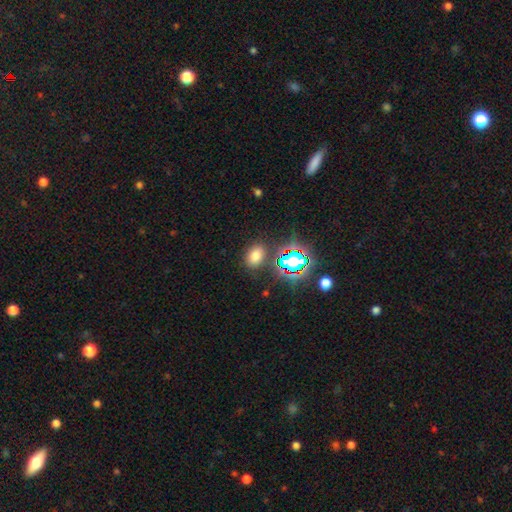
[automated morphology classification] Smooth or featured: smooth — 68% (star or artifact — 24%)
How rounded: in between — 79% (round — 20%)
Merging: none — 83% (minor disturbance — 10%)